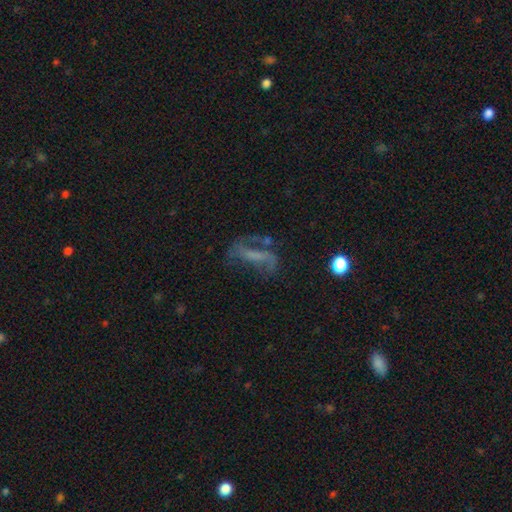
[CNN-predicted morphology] Smooth or featured?
  - featured or disk: 61% *
  - smooth: 22%
  - star or artifact: 17%
Edge-on disk?
  - no: 89% *
  - yes: 11%
Bar?
  - strong: 37% *
  - no: 33%
  - weak: 29%
Spiral arms?
  - yes: 66% *
  - no: 34%
Bulge size?
  - none: 60% *
  - small: 23%
  - moderate: 12%
  - large: 4%
  - dominant: 2%
Merging?
  - none: 42% *
  - major disturbance: 31%
  - minor disturbance: 18%
  - merger: 9%